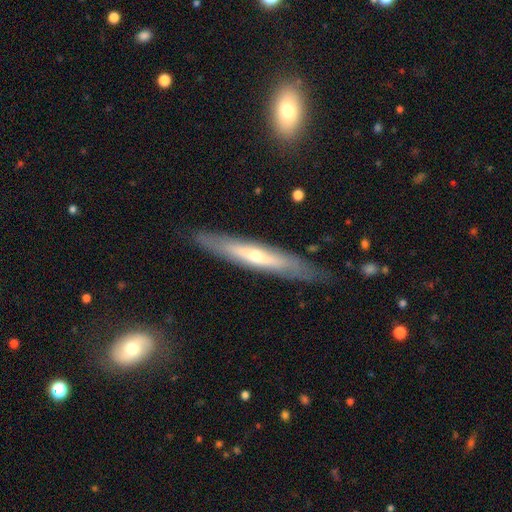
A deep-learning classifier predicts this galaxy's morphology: Overall: featured or disk (56%; smooth 38%). Edge-on disk: yes (75%). Merging: none (82%).